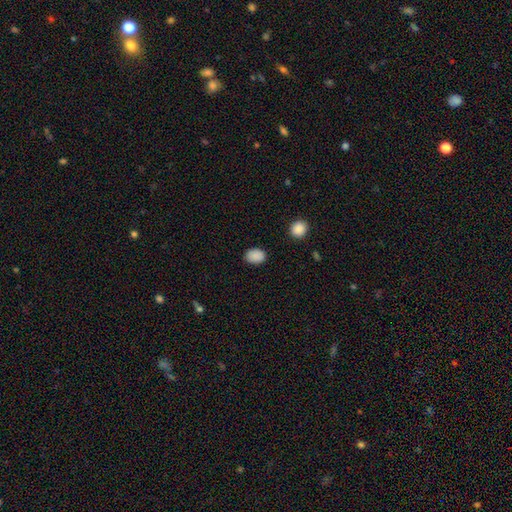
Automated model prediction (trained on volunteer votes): Smooth or featured? Predicted: smooth (p=0.89). How rounded? Predicted: in between (p=0.67). Merging? Predicted: none (p=0.86).